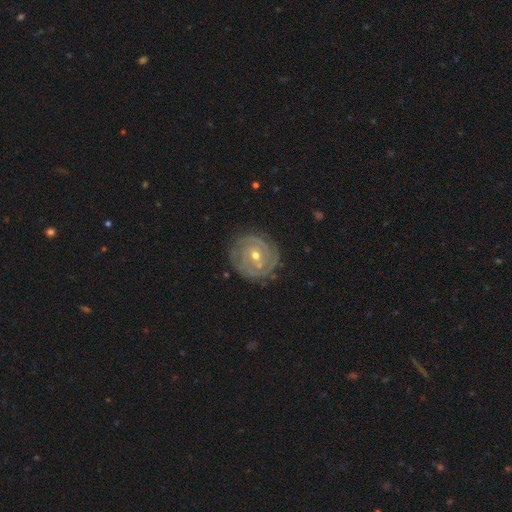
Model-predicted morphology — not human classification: A featured or disk galaxy (87%) with no bar (54%), 2 (35%) tight (83%) spiral arms (95%) and a moderate central bulge (53%). Merging: none (83%).